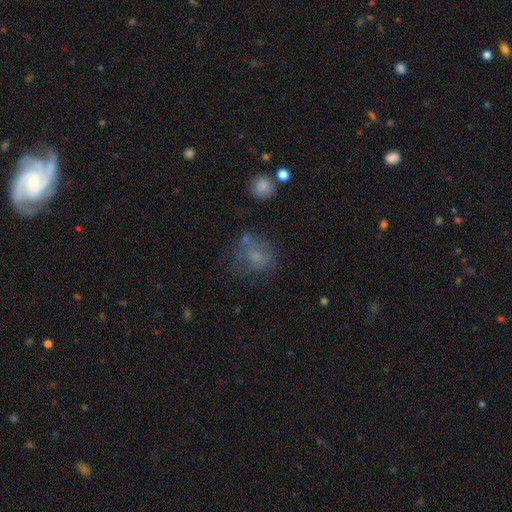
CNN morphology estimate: This is possibly a smooth galaxy (58%). How rounded: likely round (64%). Merging: possibly none (48%).